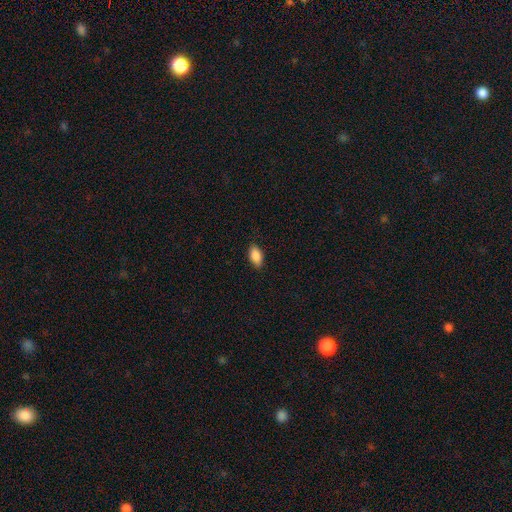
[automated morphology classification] smooth-or-featured: smooth: 88% | star or artifact: 7% | featured or disk: 5%
  how-rounded: in between: 92% | round: 5% | cigar-shaped: 3%
  merging: none: 87% | minor disturbance: 10% | major disturbance: 2% | merger: 1%